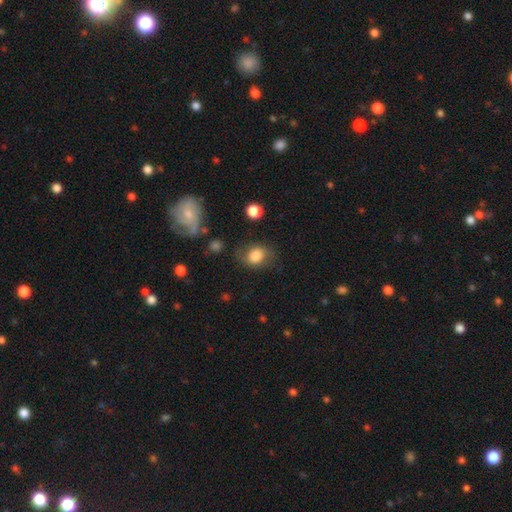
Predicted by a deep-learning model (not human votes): Smooth or featured: smooth — 70% (featured or disk — 21%)
How rounded: round — 51% (in between — 48%)
Merging: none — 64% (minor disturbance — 22%)